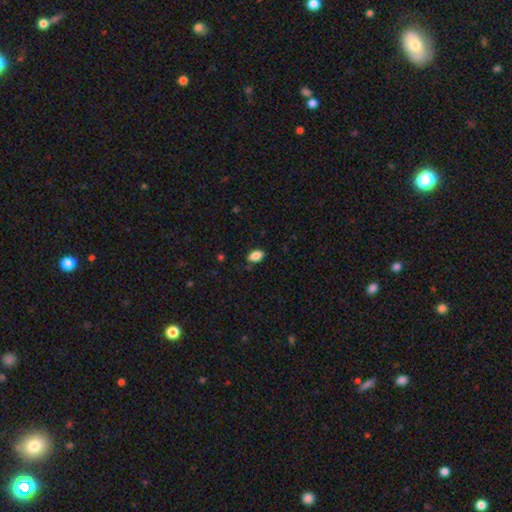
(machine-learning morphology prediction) A smooth galaxy with no disk features (87%) that is in between round and cigar-shaped (91%).

Vote fractions:
- Smooth or featured? smooth: 87% / star or artifact: 8% / featured or disk: 5%
- How rounded? in between: 91% / round: 6% / cigar-shaped: 2%
- Merging? none: 81% / minor disturbance: 15% / major disturbance: 3% / merger: 2%